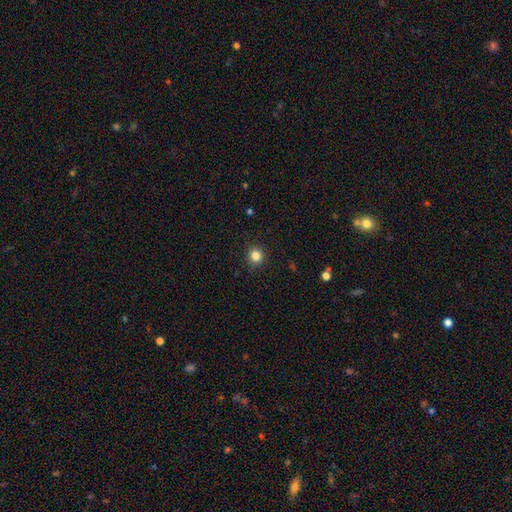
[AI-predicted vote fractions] A smooth galaxy with no disk features (83%) that is round (91%). Merging: none (91%).